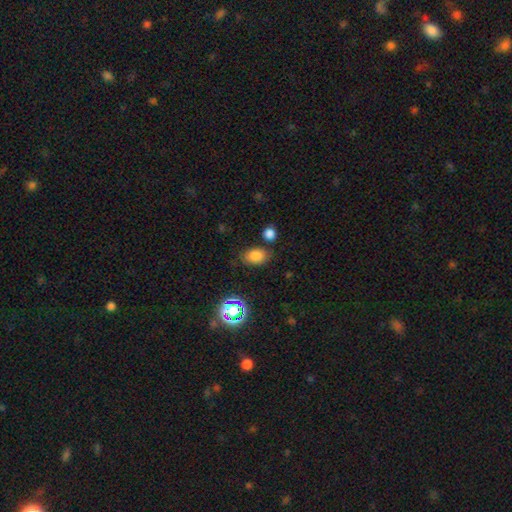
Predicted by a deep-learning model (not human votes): A smooth galaxy with no disk features (79%) that is in between round and cigar-shaped (82%). Merging: none (75%).